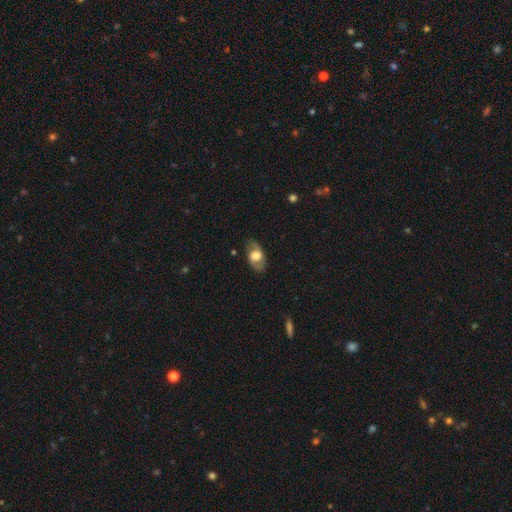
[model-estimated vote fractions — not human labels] smooth_or_featured: smooth (p=0.47) [alt: featured or disk p=0.46]
merging: none (p=0.74) [alt: minor disturbance p=0.18]